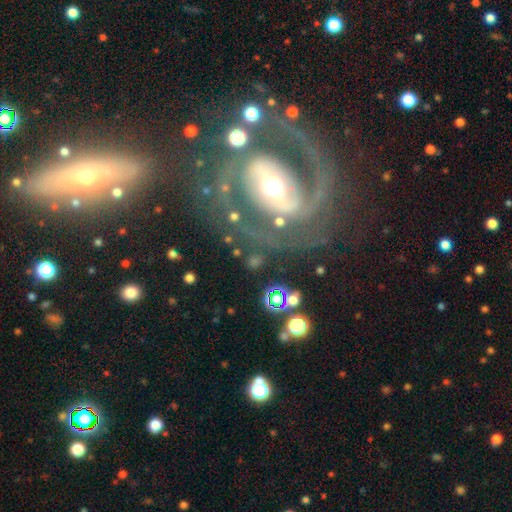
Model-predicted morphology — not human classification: Smooth or featured: featured or disk — 86% (smooth — 7%)
Edge-on disk: no — 96% (yes — 4%)
Bar: strong — 50% (weak — 31%)
Spiral arms: yes — 91% (no — 9%)
Spiral winding: medium — 46% (tight — 41%)
Spiral arm count: 2 — 77% (can't tell — 9%)
Bulge size: moderate — 64% (small — 18%)
Merging: none — 68% (minor disturbance — 15%)